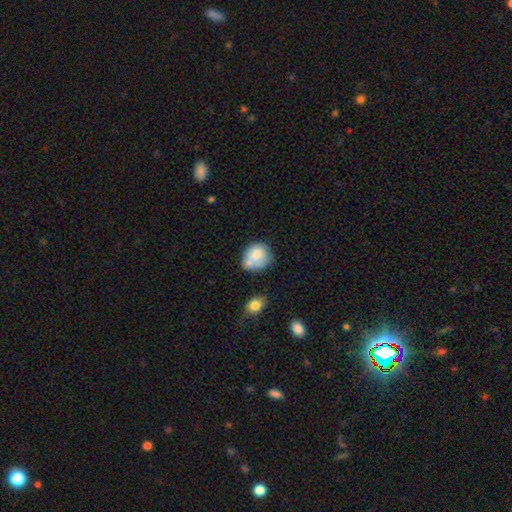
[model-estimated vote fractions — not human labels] The model was most divided on "merging": none: 40%, merger: 27%, minor disturbance: 22%, major disturbance: 10%. More confident: smooth or featured — smooth (68%); how rounded — round (66%).